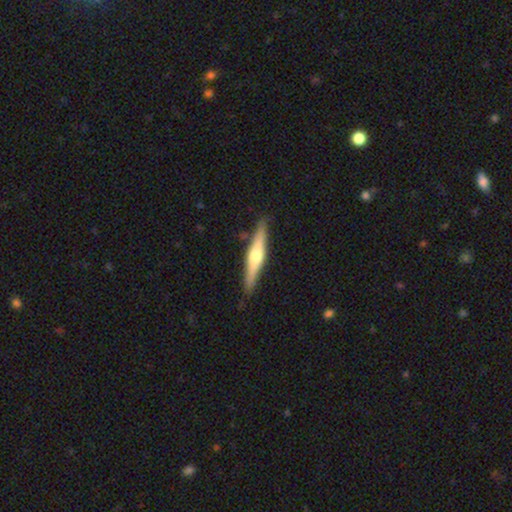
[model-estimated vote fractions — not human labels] Smooth or featured? featured or disk (64%)
Edge-on disk? yes (96%)
Edge-on bulge? rounded (89%)
Merging? none (88%)